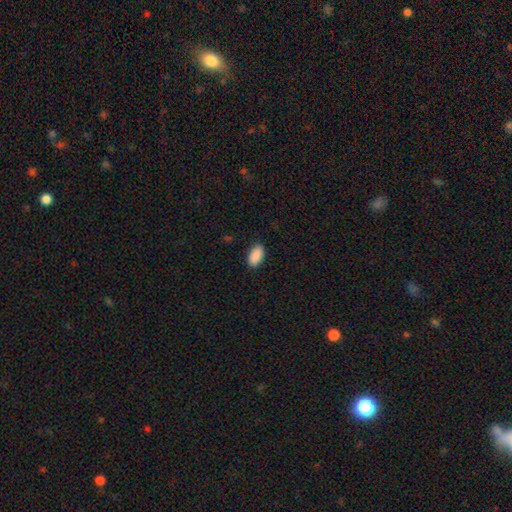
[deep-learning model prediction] A smooth galaxy with no disk features (91%) that is in between round and cigar-shaped (94%). Merging: none (88%).